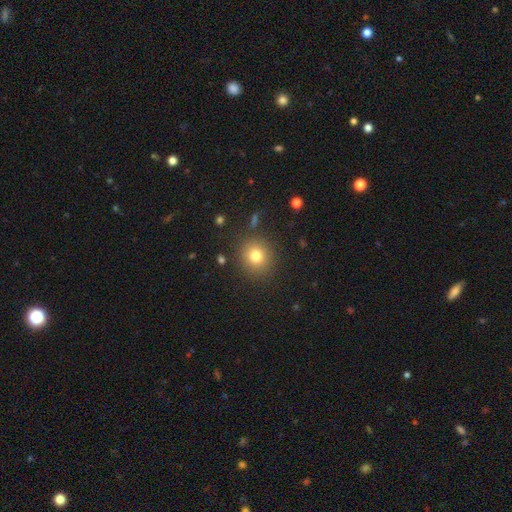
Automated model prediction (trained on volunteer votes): A smooth galaxy with no disk features (78%) that is round (87%). Merging: none (87%).